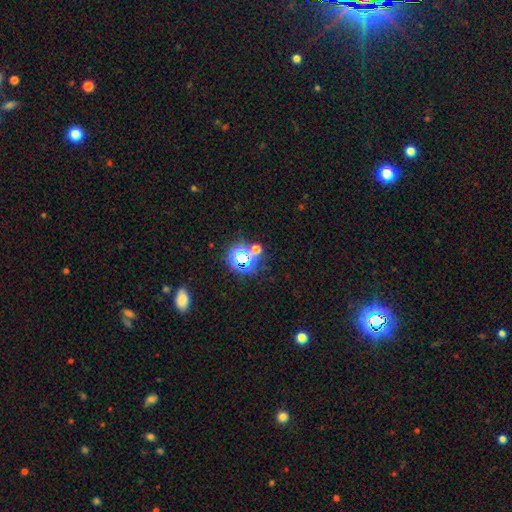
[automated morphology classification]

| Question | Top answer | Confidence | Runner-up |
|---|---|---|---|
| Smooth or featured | star or artifact | 59% | smooth (33%) |